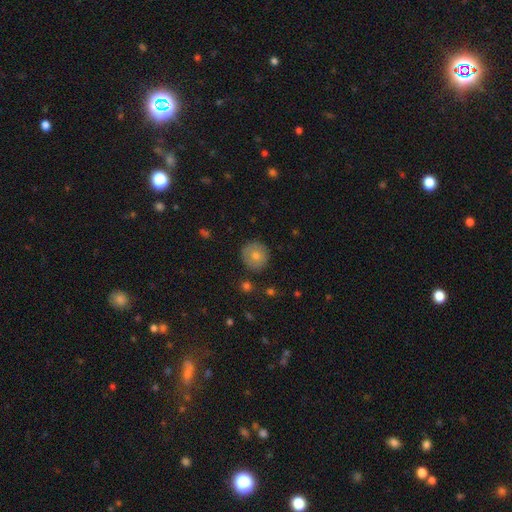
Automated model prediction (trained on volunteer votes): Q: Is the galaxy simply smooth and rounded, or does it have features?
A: smooth — 67%.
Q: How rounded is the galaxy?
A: round — 93%.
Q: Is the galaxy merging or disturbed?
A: none — 88%.